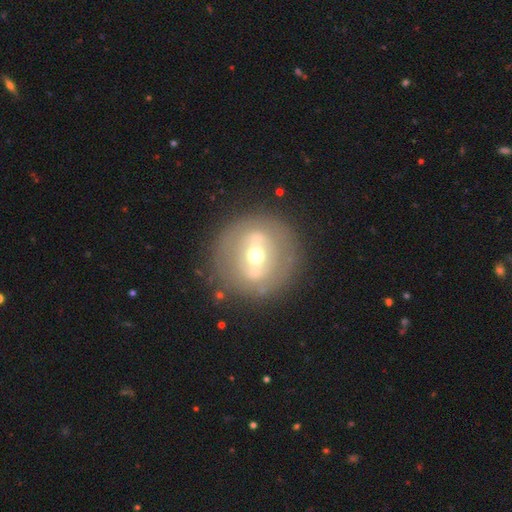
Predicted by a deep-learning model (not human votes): Overall: featured or disk (70%). Edge-on disk: no (85%). Bar: strong (61%; weak 26%). Spiral arms: no (76%). Bulge size: moderate (61%; small 28%). Merging: none (83%).